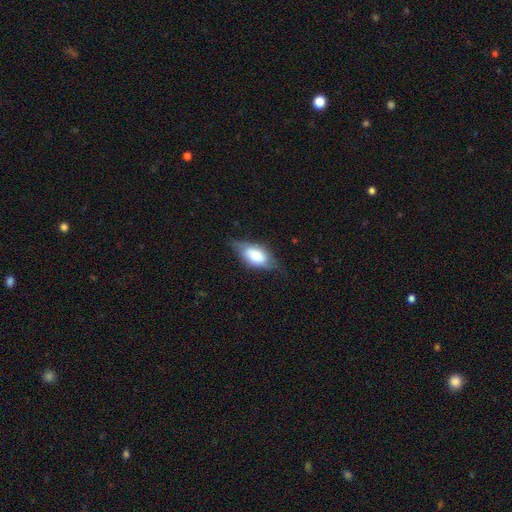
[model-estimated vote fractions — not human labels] Q: Smooth or featured?
A: smooth (62%); runner-up: featured or disk (31%)
Q: How rounded?
A: in between (86%); runner-up: cigar-shaped (9%)
Q: Merging?
A: none (62%); runner-up: minor disturbance (27%)